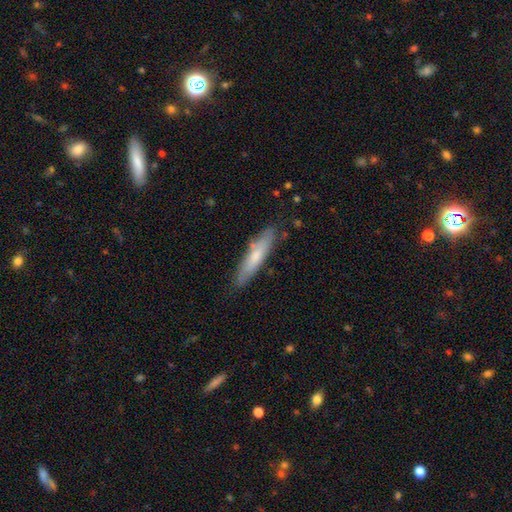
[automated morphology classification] Q: Smooth or featured?
A: smooth (63%); runner-up: featured or disk (32%)
Q: How rounded?
A: cigar-shaped (85%); runner-up: in between (14%)
Q: Merging?
A: none (81%); runner-up: minor disturbance (14%)